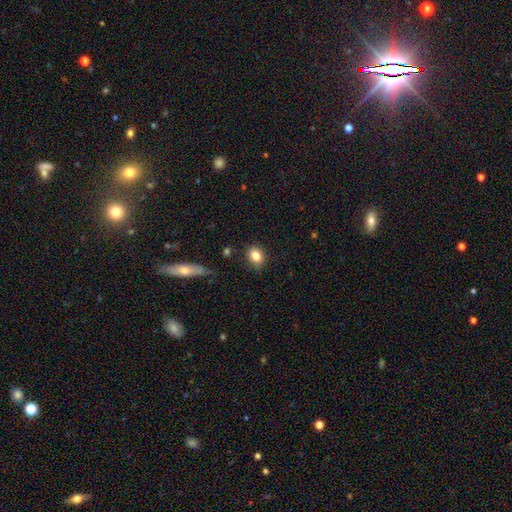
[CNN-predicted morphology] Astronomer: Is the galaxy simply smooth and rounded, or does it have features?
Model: smooth — 84%.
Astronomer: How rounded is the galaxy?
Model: in between — 63%.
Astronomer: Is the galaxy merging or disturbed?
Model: none — 84%.